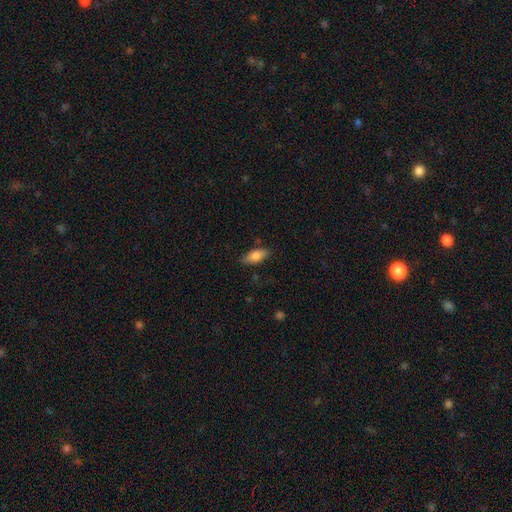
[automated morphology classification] Smooth or featured? smooth (78%)
How rounded? in between (80%)
Merging? none (84%)